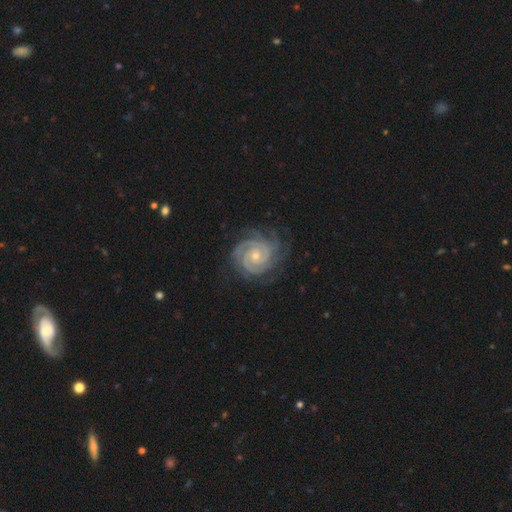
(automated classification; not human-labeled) This is clearly a featured or disk galaxy (91%). It is clearly not viewed edge-on (98%). Bar: likely no (71%). Spiral arm pattern: clearly yes (98%). Spiral arm count: marginally 3 (30%). Spiral winding: clearly tight (82%). Central bulge: possibly small (60%). Merging: likely none (78%).